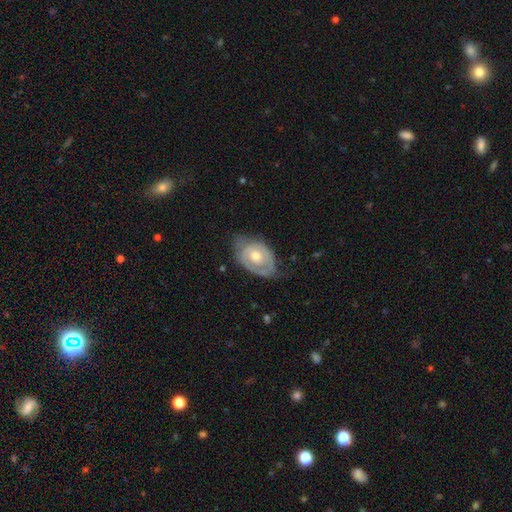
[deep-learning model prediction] The model was most divided on "spiral arms": yes: 58%, no: 42%. More confident: edge-on disk — no (94%); bar — no (81%); bulge size — moderate (68%); smooth or featured — featured or disk (65%); merging — none (58%).